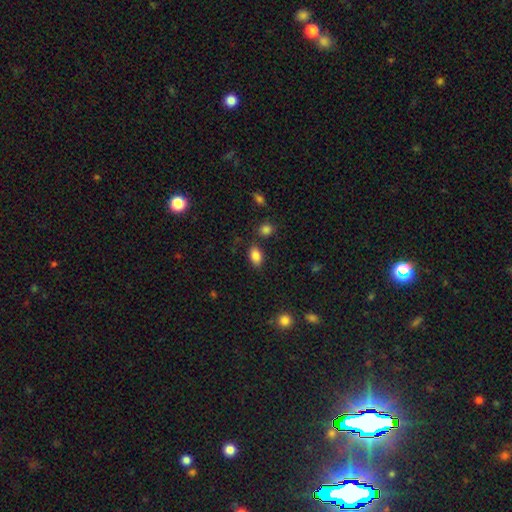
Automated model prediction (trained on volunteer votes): Smooth or featured?
  - smooth: 85% *
  - star or artifact: 9%
  - featured or disk: 6%
How rounded?
  - in between: 87% *
  - round: 11%
  - cigar-shaped: 2%
Merging?
  - none: 81% *
  - minor disturbance: 11%
  - merger: 5%
  - major disturbance: 3%